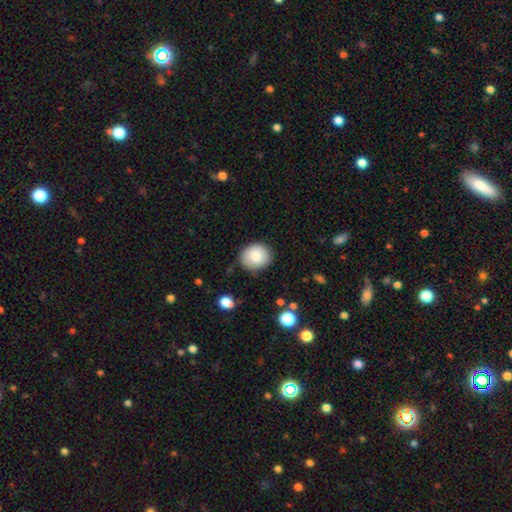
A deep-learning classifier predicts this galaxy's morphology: Smooth or featured: smooth — 82% (featured or disk — 10%)
How rounded: round — 76% (in between — 23%)
Merging: none — 84% (minor disturbance — 12%)